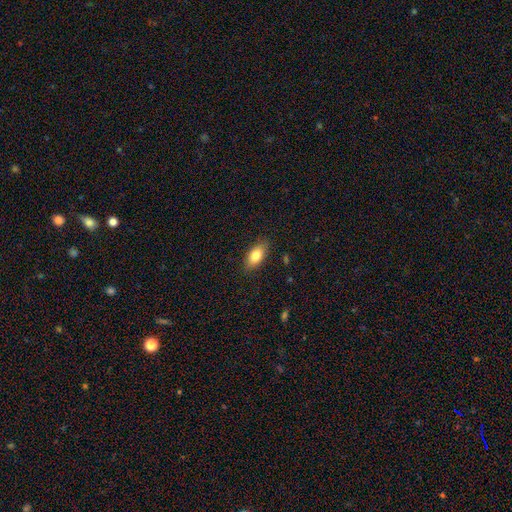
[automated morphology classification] Smooth or featured?
  - smooth: 81% *
  - featured or disk: 12%
  - star or artifact: 7%
How rounded?
  - in between: 88% *
  - cigar-shaped: 7%
  - round: 5%
Merging?
  - none: 85% *
  - minor disturbance: 11%
  - major disturbance: 2%
  - merger: 1%